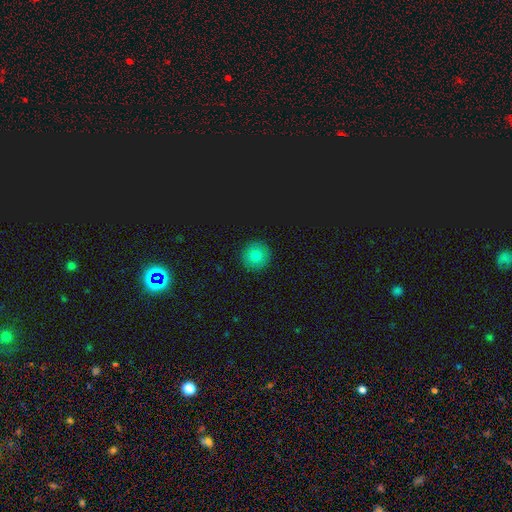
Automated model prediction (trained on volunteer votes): Smooth or featured?
  - smooth: 79% *
  - star or artifact: 13%
  - featured or disk: 8%
How rounded?
  - round: 95% *
  - in between: 4%
  - cigar-shaped: 1%
Merging?
  - none: 92% *
  - minor disturbance: 5%
  - major disturbance: 2%
  - merger: 1%